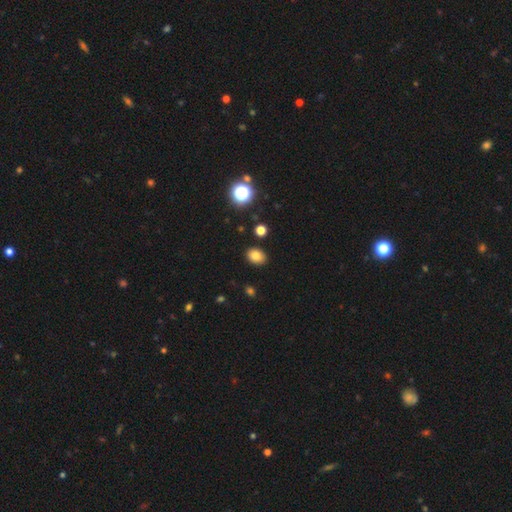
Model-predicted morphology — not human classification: A smooth galaxy with no disk features (82%) that is in between round and cigar-shaped (66%). Merging: none (88%).